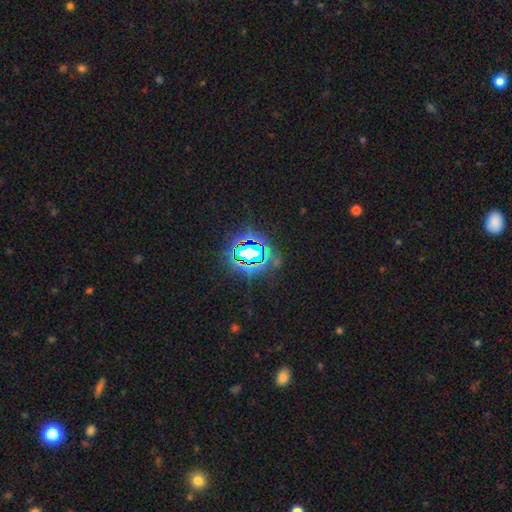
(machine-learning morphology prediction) Smooth or featured? Predicted: star or artifact (p=0.75).